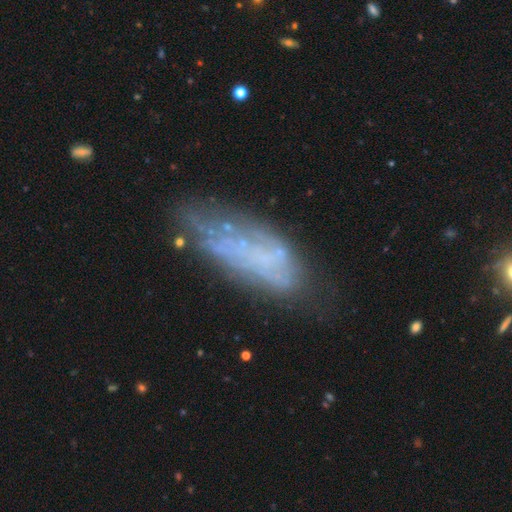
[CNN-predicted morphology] Overall: featured or disk (52%; smooth 36%). Edge-on disk: no (86%). Merging: none (48%; minor disturbance 26%).